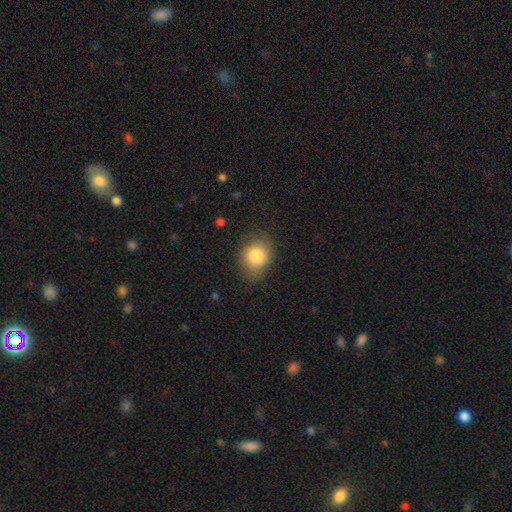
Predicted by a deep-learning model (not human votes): smooth_or_featured: smooth (p=0.83) [alt: featured or disk p=0.09]
how_rounded: round (p=0.52) [alt: in between p=0.47]
merging: none (p=0.73) [alt: minor disturbance p=0.20]